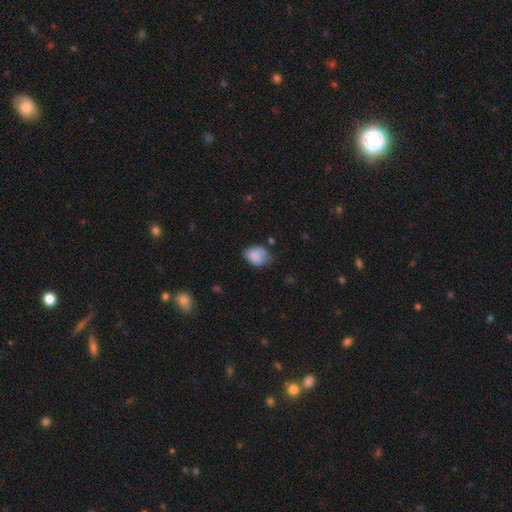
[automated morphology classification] smooth_or_featured: smooth (p=0.83) [alt: featured or disk p=0.09]
how_rounded: in between (p=0.62) [alt: round p=0.37]
merging: none (p=0.51) [alt: minor disturbance p=0.36]